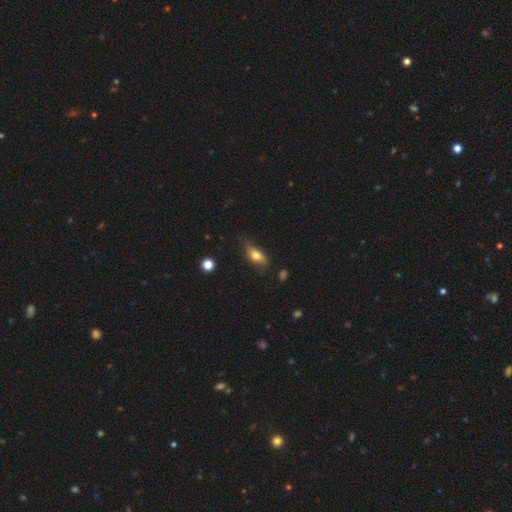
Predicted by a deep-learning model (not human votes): smooth-or-featured: smooth: 63% | featured or disk: 29% | star or artifact: 8%
  how-rounded: in between: 74% | cigar-shaped: 20% | round: 7%
  merging: none: 57% | minor disturbance: 32% | major disturbance: 9% | merger: 2%